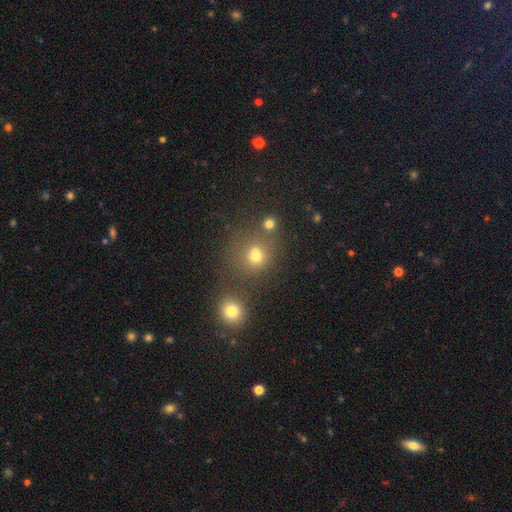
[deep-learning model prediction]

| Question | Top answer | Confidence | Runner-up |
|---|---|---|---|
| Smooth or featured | smooth | 71% | star or artifact (20%) |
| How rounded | round | 83% | in between (16%) |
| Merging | none | 60% | merger (26%) |